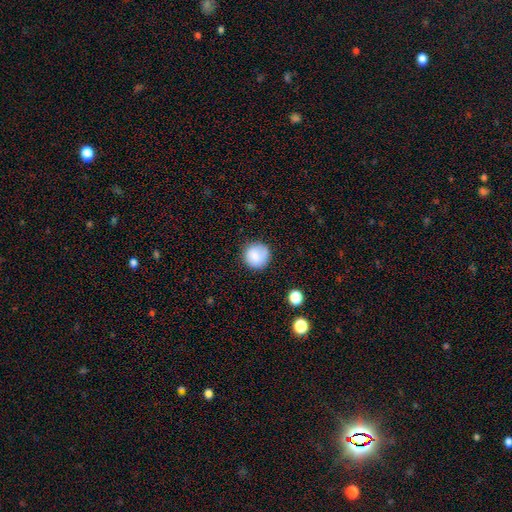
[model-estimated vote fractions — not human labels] Q: Smooth or featured?
A: smooth (83%); runner-up: featured or disk (9%)
Q: How rounded?
A: round (94%); runner-up: in between (6%)
Q: Merging?
A: none (81%); runner-up: minor disturbance (13%)